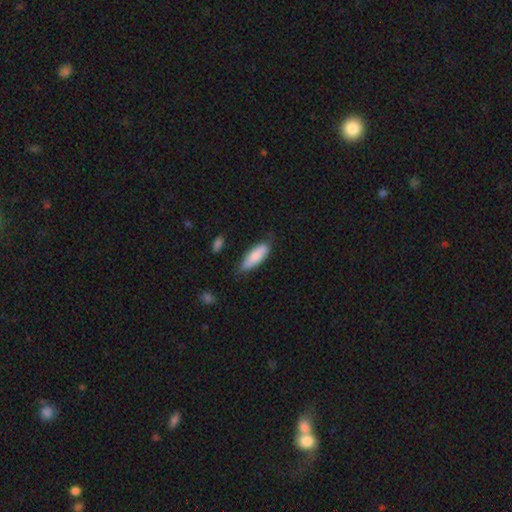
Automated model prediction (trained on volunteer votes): This appears to be a smooth galaxy with no disk features (82%) that is in between round and cigar-shaped (60%). Merging: none (69%).